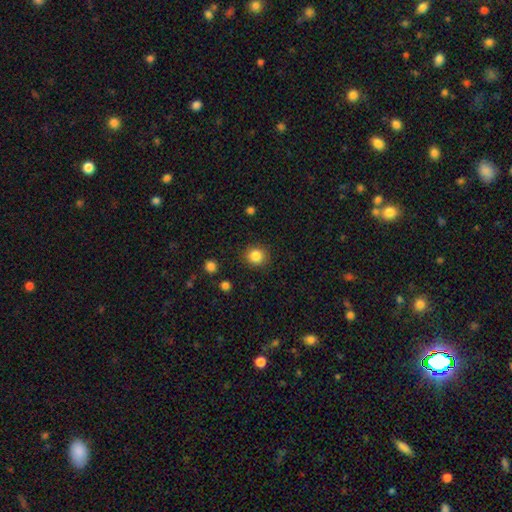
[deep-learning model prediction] A smooth galaxy with no disk features (85%) that is round (89%). Merging: none (89%).